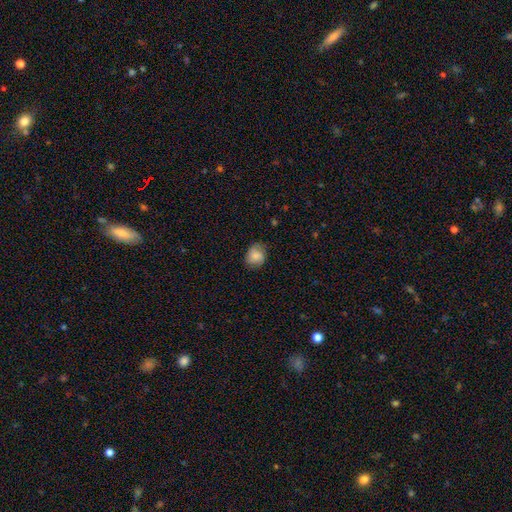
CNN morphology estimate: smooth 77%, featured or disk 15%, star or artifact 8%. Down the decision tree: how rounded — round (63%); merging — none (73%).